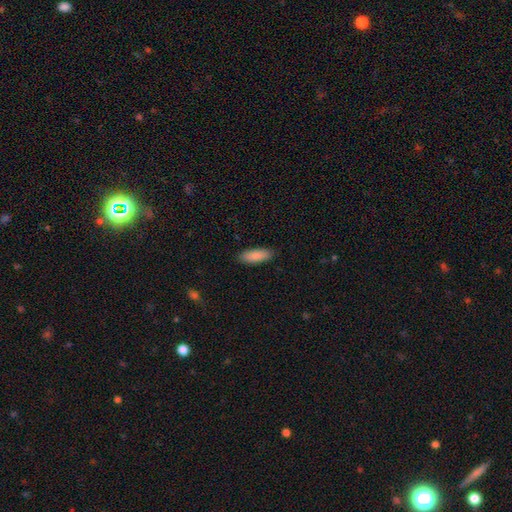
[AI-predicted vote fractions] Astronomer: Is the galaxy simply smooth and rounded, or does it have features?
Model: smooth — 88%.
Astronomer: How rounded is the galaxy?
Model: in between — 63%.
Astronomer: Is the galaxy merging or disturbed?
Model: none — 89%.